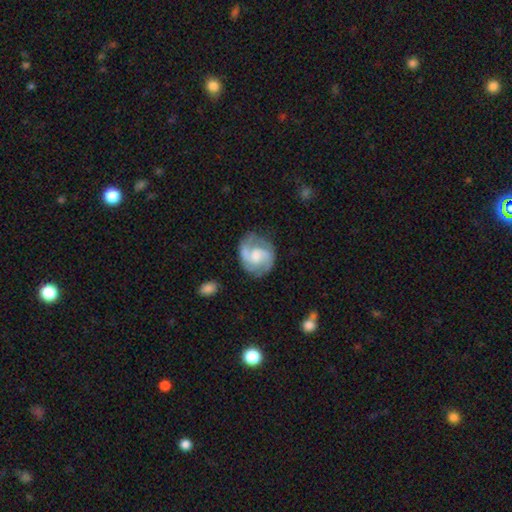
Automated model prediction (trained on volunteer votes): Q: Smooth or featured?
A: featured or disk (81%); runner-up: smooth (14%)
Q: Edge-on disk?
A: no (98%); runner-up: yes (2%)
Q: Bar?
A: no (47%); runner-up: weak (44%)
Q: Spiral arms?
A: yes (96%); runner-up: no (4%)
Q: Spiral winding?
A: medium (54%); runner-up: tight (27%)
Q: Spiral arm count?
A: 2 (75%); runner-up: 3 (11%)
Q: Bulge size?
A: moderate (39%); runner-up: small (27%)
Q: Merging?
A: none (73%); runner-up: minor disturbance (17%)